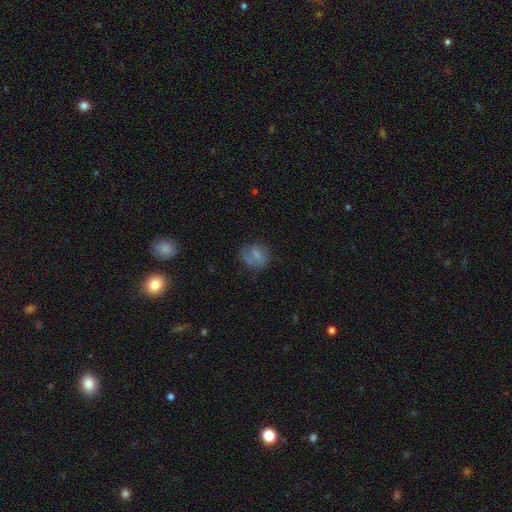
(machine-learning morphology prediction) Smooth or featured? smooth (63%)
How rounded? round (60%)
Merging? none (58%)